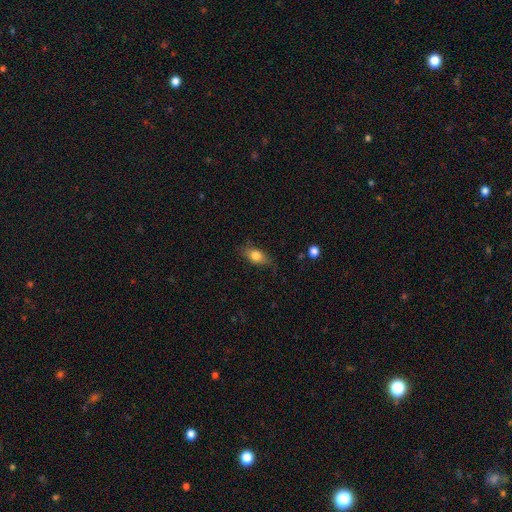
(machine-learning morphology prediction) Overall: smooth (75%). How rounded: in between (80%). Merging: none (73%).